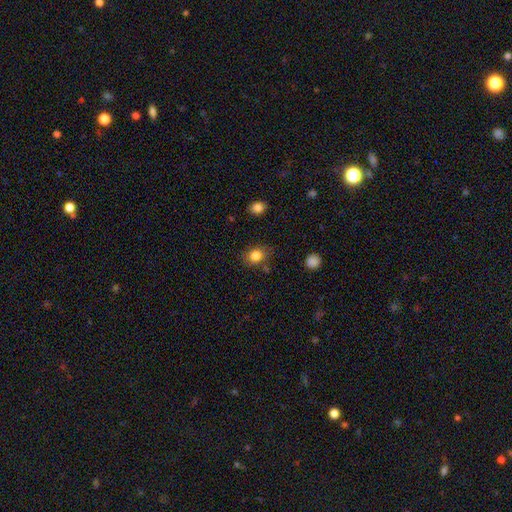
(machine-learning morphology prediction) smooth-or-featured: smooth: 83% | star or artifact: 11% | featured or disk: 7%
  how-rounded: round: 58% | in between: 41% | cigar-shaped: 1%
  merging: none: 75% | minor disturbance: 17% | major disturbance: 4% | merger: 3%